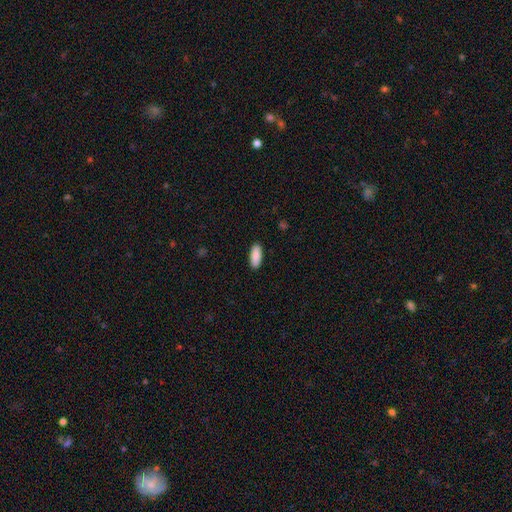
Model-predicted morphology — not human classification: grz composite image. It shows a smooth galaxy with no disk features (90%) that is in between round and cigar-shaped (78%). Merging: none (90%).